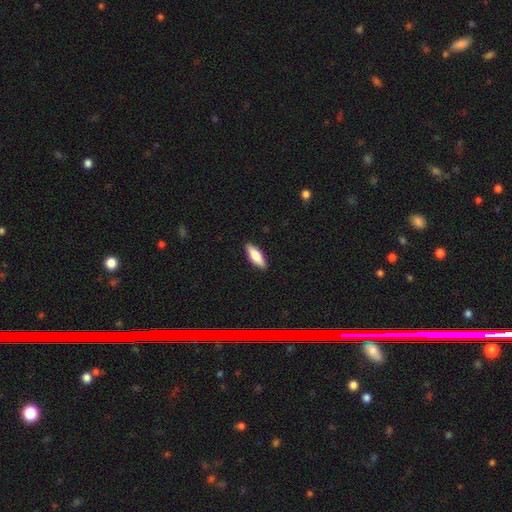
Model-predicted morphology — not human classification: This appears to be a smooth galaxy with no disk features (73%) that is in between round and cigar-shaped (58%). Merging: none (89%).